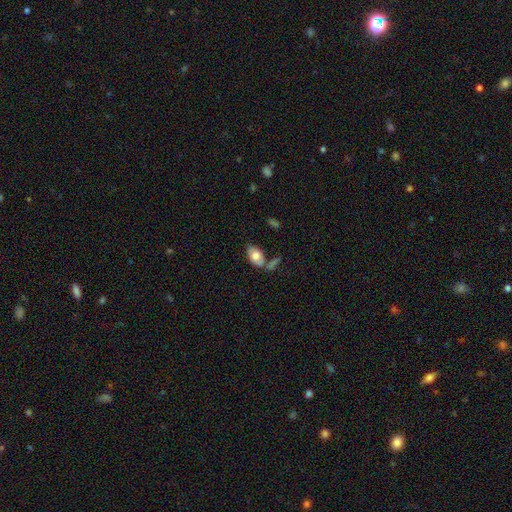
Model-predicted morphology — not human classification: The model was most divided on "merging": none: 53%, minor disturbance: 20%, merger: 19%, major disturbance: 8%. More confident: how rounded — in between (92%); smooth or featured — smooth (74%).